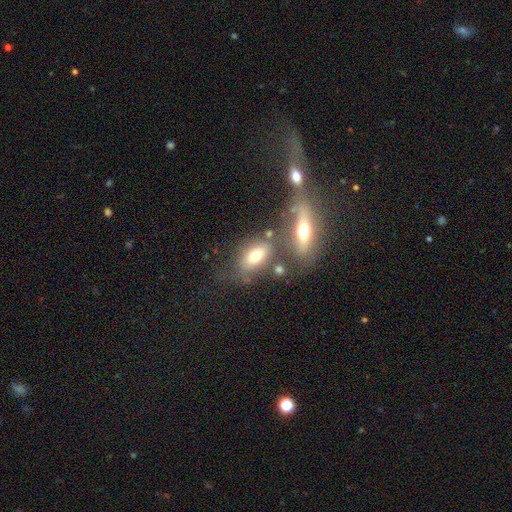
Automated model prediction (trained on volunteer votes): The model was most divided on "merging": none: 53%, merger: 24%, minor disturbance: 14%, major disturbance: 9%. More confident: how rounded — in between (82%); smooth or featured — smooth (64%).